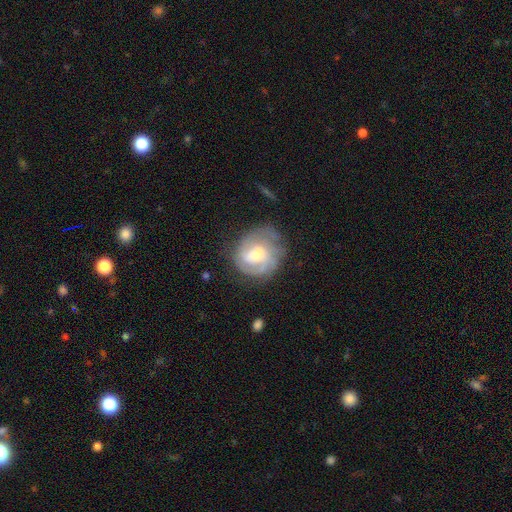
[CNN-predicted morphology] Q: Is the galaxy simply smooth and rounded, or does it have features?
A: featured or disk — 68%.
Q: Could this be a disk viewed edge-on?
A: no — 98%.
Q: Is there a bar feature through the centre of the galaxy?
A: weak — 45%.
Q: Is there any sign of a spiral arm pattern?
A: yes — 81%.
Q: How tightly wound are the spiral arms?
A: tight — 51%.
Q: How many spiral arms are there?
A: can't tell — 38%.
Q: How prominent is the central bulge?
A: moderate — 42%.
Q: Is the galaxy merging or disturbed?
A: none — 55%.